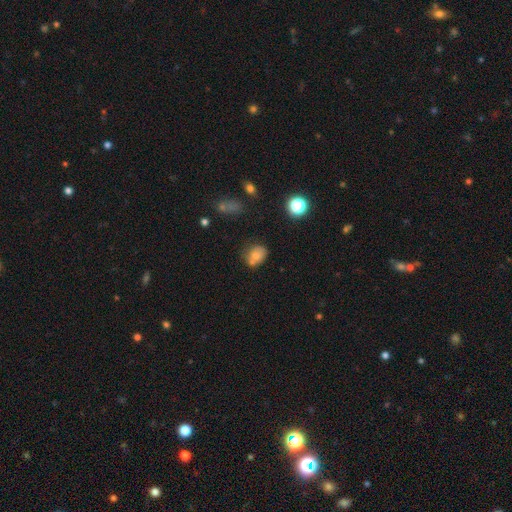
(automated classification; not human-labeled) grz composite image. It shows a smooth galaxy with no disk features (73%) that is round (52%). Merging: none (52%).